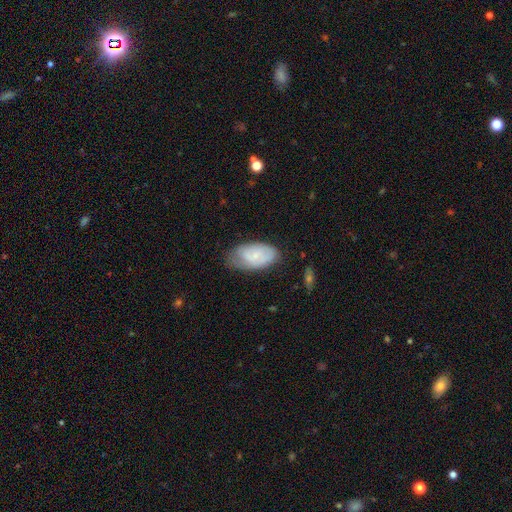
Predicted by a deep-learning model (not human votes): Smooth or featured: smooth — 61% (featured or disk — 32%)
How rounded: in between — 94% (round — 4%)
Merging: none — 54% (minor disturbance — 34%)